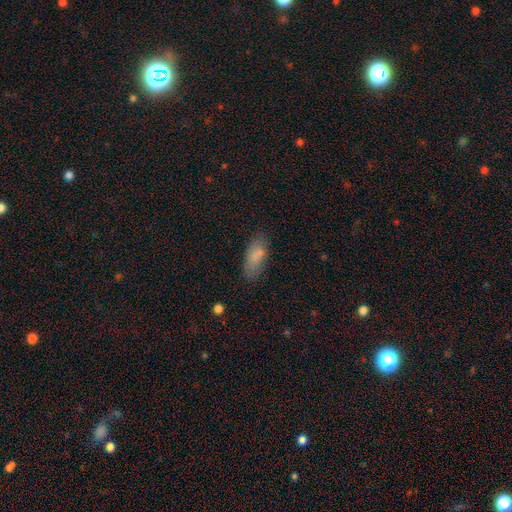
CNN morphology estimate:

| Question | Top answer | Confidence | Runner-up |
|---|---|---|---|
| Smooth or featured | smooth | 82% | featured or disk (10%) |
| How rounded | in between | 85% | cigar-shaped (13%) |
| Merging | none | 71% | minor disturbance (20%) |